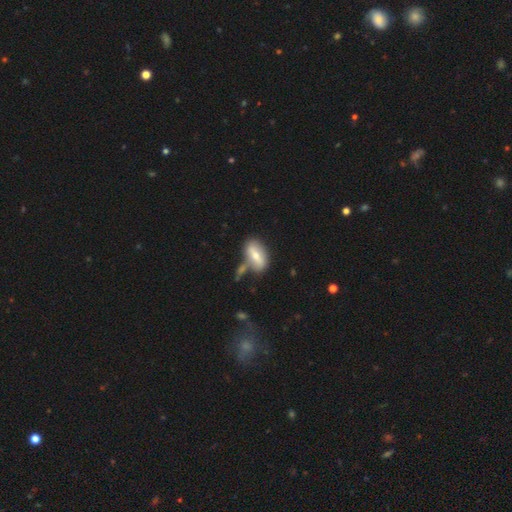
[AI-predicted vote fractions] Q: Smooth or featured?
A: smooth (55%); runner-up: featured or disk (38%)
Q: How rounded?
A: in between (86%); runner-up: cigar-shaped (9%)
Q: Merging?
A: none (57%); runner-up: merger (21%)